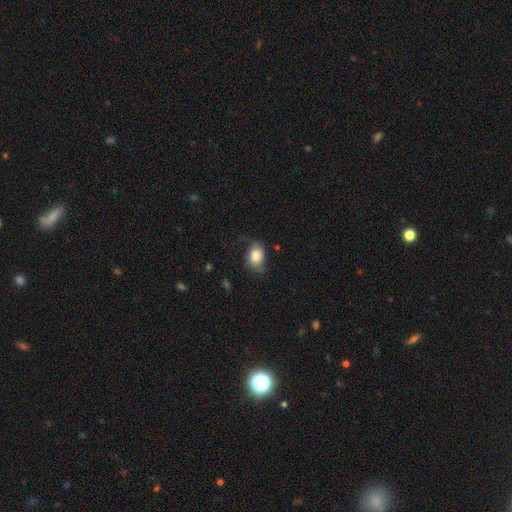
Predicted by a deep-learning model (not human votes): The model was most divided on "merging": none: 62%, minor disturbance: 28%, major disturbance: 9%, merger: 1%. More confident: smooth or featured — smooth (80%); how rounded — in between (78%).